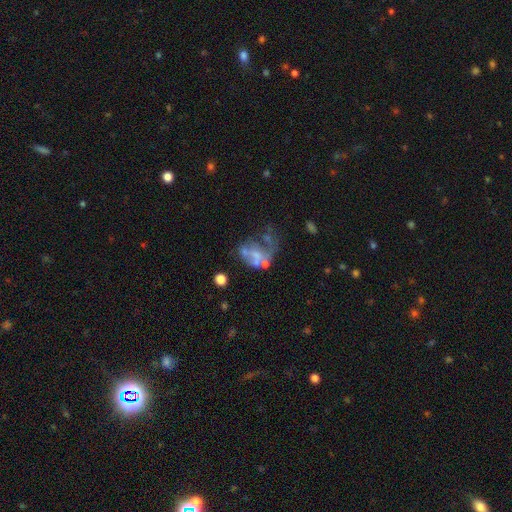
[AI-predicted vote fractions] Q: Smooth or featured?
A: featured or disk (54%); runner-up: smooth (32%)
Q: Edge-on disk?
A: no (98%); runner-up: yes (2%)
Q: Bar?
A: no (87%); runner-up: weak (10%)
Q: Spiral arms?
A: no (87%); runner-up: yes (13%)
Q: Bulge size?
A: none (66%); runner-up: small (15%)
Q: Merging?
A: major disturbance (39%); runner-up: none (23%)